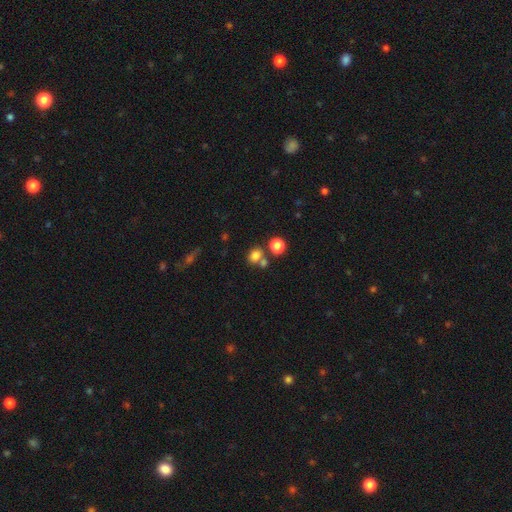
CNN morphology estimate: Smooth or featured: smooth — 77% (star or artifact — 15%)
How rounded: round — 57% (in between — 42%)
Merging: none — 57% (merger — 28%)